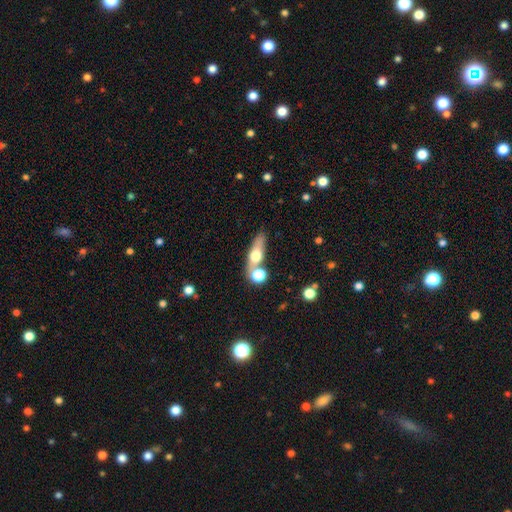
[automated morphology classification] A smooth galaxy with no disk features (53%) that is cigar-shaped (46%).

Vote fractions:
- Smooth or featured? smooth: 53% / featured or disk: 39% / star or artifact: 8%
- How rounded? cigar-shaped: 46% / in between: 42% / round: 12%
- Merging? none: 57% / merger: 25% / minor disturbance: 12% / major disturbance: 5%